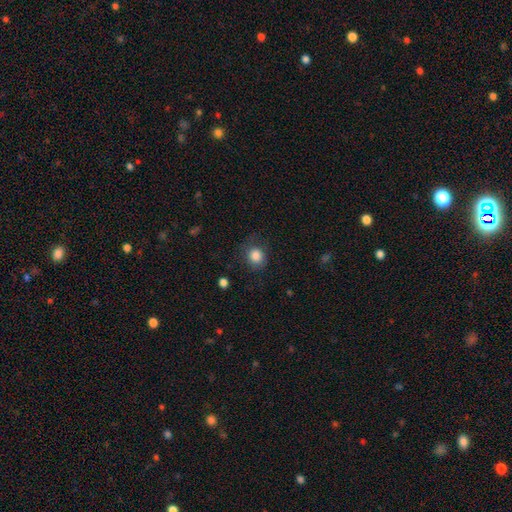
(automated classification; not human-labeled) Morphology: type=smooth (85%); roundness=round (78%); merging=none (73%).